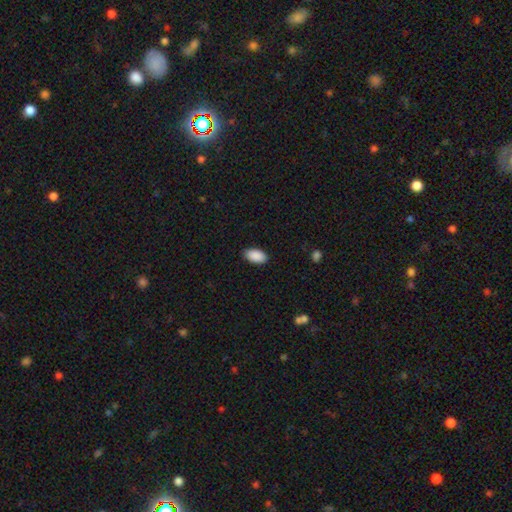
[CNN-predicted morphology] smooth 90%, star or artifact 7%, featured or disk 3%. Down the decision tree: how rounded — in between (95%); merging — none (88%).